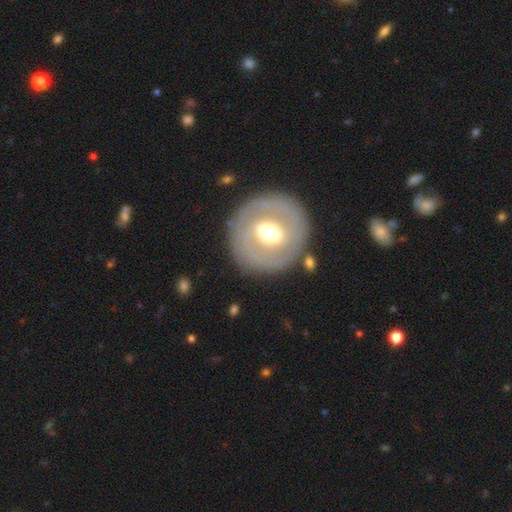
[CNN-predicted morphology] featured or disk 63%, smooth 31%, star or artifact 6%. Down the decision tree: edge-on disk — no (96%); bar — weak (45%); spiral arms — no (57%); bulge size — moderate (70%); merging — none (84%).